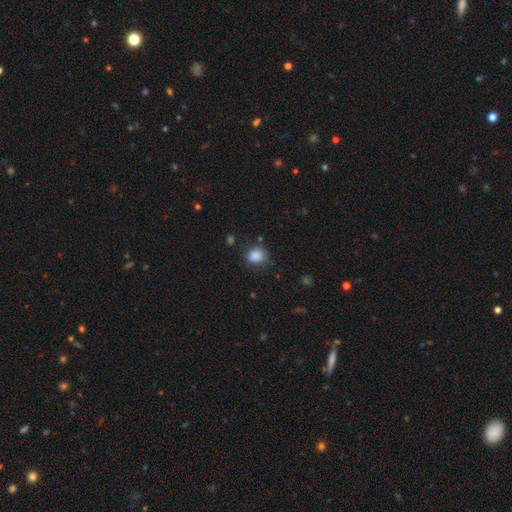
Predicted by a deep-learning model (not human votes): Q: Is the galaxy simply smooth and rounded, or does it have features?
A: smooth — 86%.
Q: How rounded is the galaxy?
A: round — 70%.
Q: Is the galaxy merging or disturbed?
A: none — 76%.